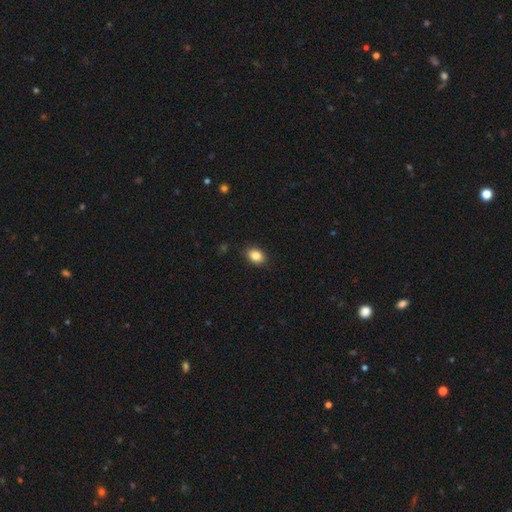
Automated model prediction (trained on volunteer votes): This is clearly a smooth galaxy (86%). How rounded: likely in between (76%). Merging: clearly none (89%).